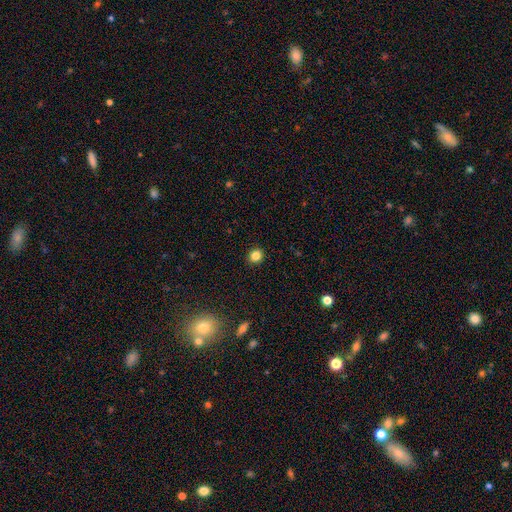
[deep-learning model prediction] This appears to be a smooth galaxy with no disk features (83%) that is round (85%). Merging: none (92%).